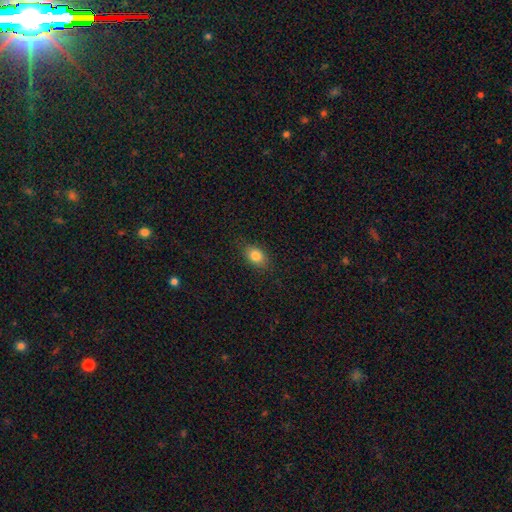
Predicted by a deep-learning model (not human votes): smooth_or_featured: smooth (p=0.83) [alt: star or artifact p=0.09]
how_rounded: in between (p=0.78) [alt: round p=0.21]
merging: none (p=0.84) [alt: minor disturbance p=0.12]